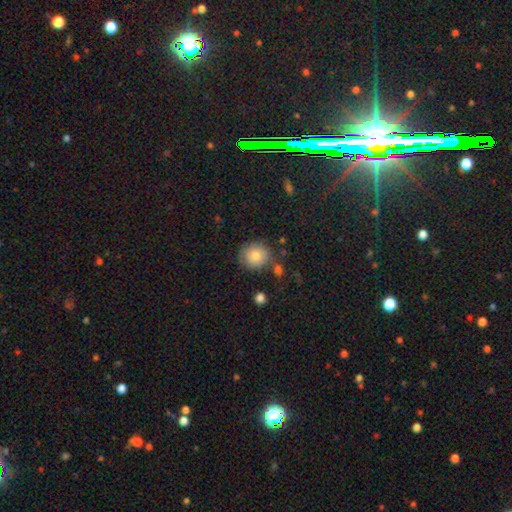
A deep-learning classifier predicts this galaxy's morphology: smooth 80%, featured or disk 10%, star or artifact 9%. Down the decision tree: how rounded — round (86%); merging — none (78%).